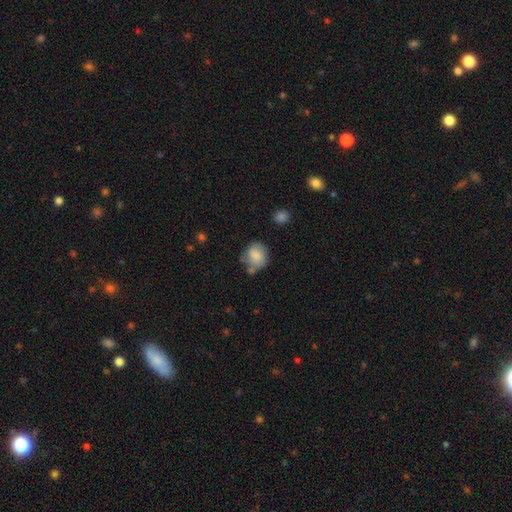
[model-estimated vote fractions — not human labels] This is likely a smooth galaxy (79%). How rounded: likely round (70%). Merging: possibly none (51%).